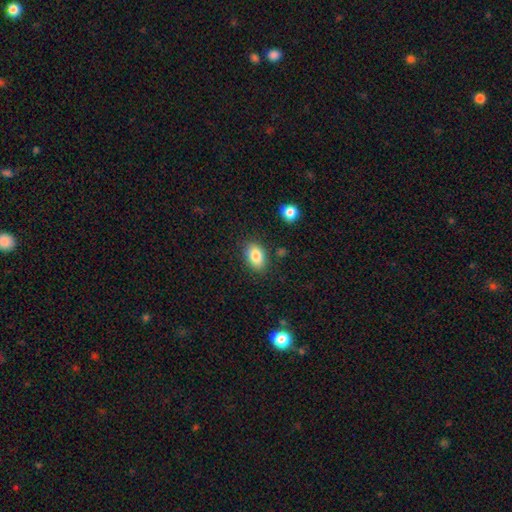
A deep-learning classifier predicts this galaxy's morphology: This appears to be a smooth galaxy with no disk features (84%) that is in between round and cigar-shaped (87%). Merging: none (84%).